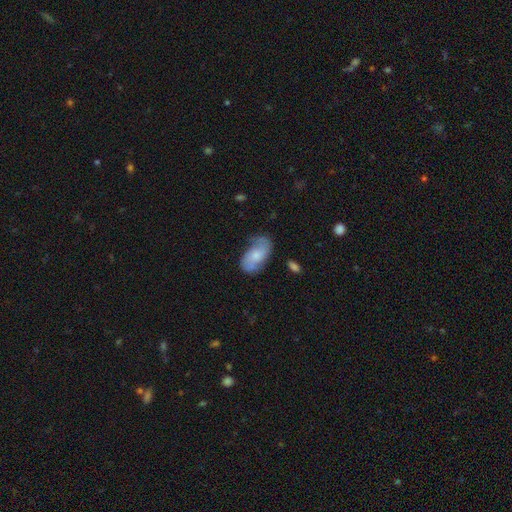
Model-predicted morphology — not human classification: The model was most divided on "bulge size": moderate: 36%, small: 31%, none: 17%, large: 14%, dominant: 2%. More confident: edge-on disk — no (95%); spiral arms — yes (88%); merging — none (64%); bar — no (64%); smooth or featured — featured or disk (56%).